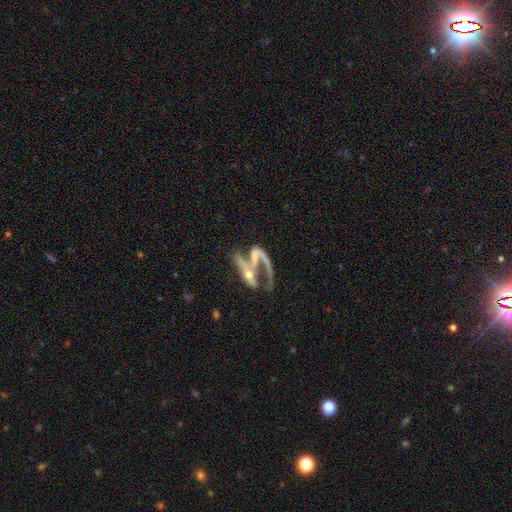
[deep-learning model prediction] Smooth or featured? Predicted: featured or disk (p=0.73). Edge-on disk? Predicted: no (p=0.90). Bar? Predicted: no (p=0.56). Spiral arms? Predicted: yes (p=0.62). Bulge size? Predicted: small (p=0.37). Merging? Predicted: merger (p=0.50).